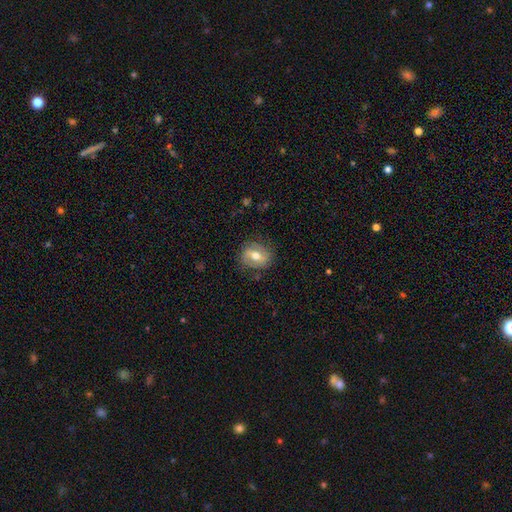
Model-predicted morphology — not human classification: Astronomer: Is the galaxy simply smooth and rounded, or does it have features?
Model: featured or disk — 51% (runner-up: smooth, 42%).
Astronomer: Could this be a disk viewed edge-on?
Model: no — 95%.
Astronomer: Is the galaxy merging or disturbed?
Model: none — 77%.